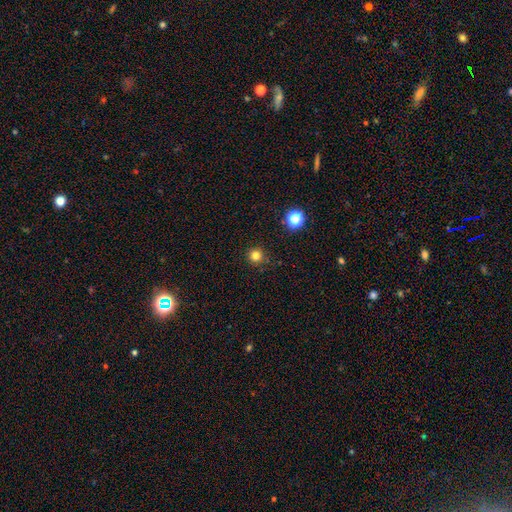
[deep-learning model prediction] This appears to be a smooth galaxy with no disk features (80%) that is round (96%). Merging: none (91%).